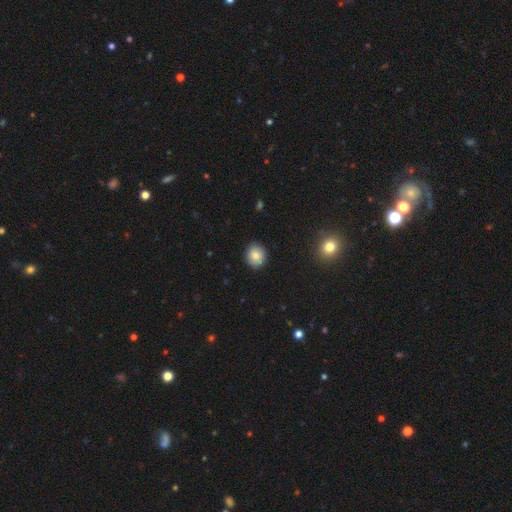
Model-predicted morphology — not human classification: smooth 83%, star or artifact 9%, featured or disk 8%. Down the decision tree: how rounded — round (74%); merging — none (89%).